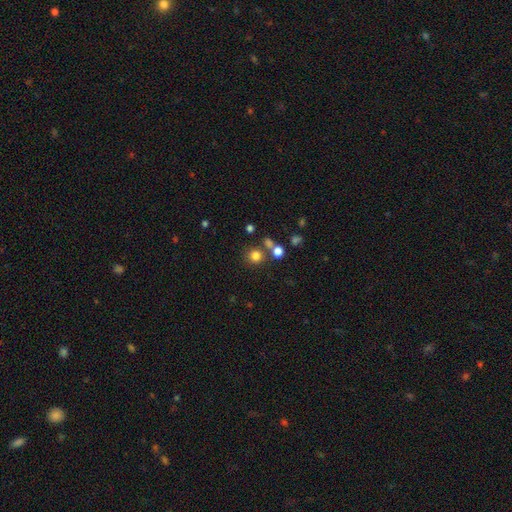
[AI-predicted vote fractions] smooth-or-featured: smooth: 78% | star or artifact: 15% | featured or disk: 7%
  how-rounded: round: 90% | in between: 9% | cigar-shaped: 1%
  merging: none: 70% | merger: 18% | minor disturbance: 8% | major disturbance: 4%